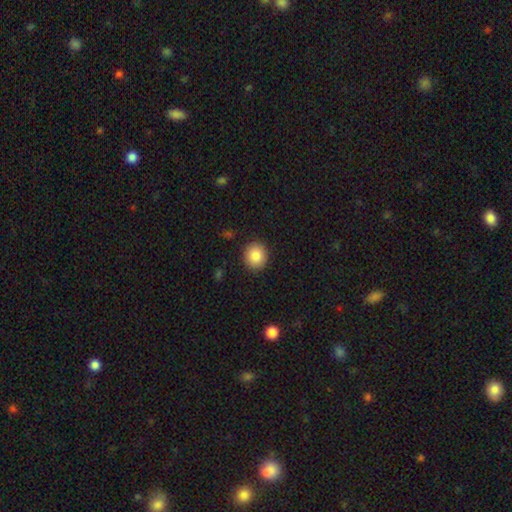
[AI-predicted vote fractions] smooth 85%, star or artifact 9%, featured or disk 6%. Down the decision tree: how rounded — round (86%); merging — none (90%).